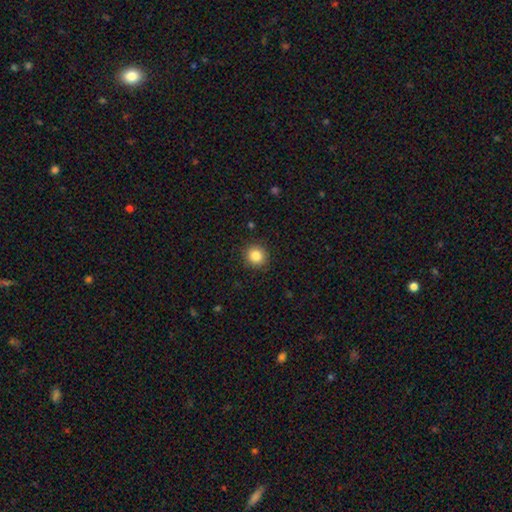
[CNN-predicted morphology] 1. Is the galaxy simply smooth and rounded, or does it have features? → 85% smooth, 10% star or artifact, 5% featured or disk.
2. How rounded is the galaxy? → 91% round, 8% in between, 1% cigar-shaped.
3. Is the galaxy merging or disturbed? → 91% none, 6% minor disturbance, 2% major disturbance, 1% merger.